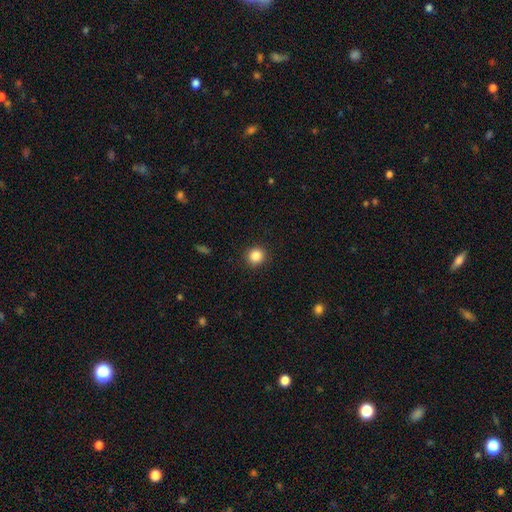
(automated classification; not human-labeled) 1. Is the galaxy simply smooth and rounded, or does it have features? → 86% smooth, 10% star or artifact, 4% featured or disk.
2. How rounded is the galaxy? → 90% round, 9% in between, 1% cigar-shaped.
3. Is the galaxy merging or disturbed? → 91% none, 6% minor disturbance, 2% major disturbance, 1% merger.